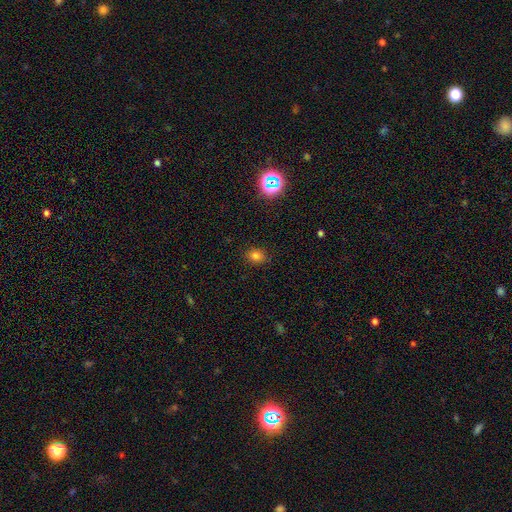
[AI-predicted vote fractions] Overall: smooth (78%). How rounded: round (57%; in between 42%). Merging: none (87%).